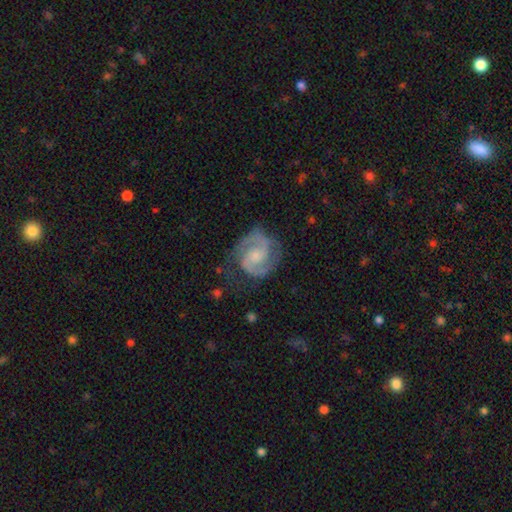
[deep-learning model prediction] Overall: featured or disk (90%). Edge-on disk: no (98%). Bar: no (53%; weak 39%). Spiral arms: yes (98%). Spiral arm count: 2 (93%). Spiral winding: medium (53%; tight 38%). Bulge size: small (42%; moderate 35%). Merging: none (77%).